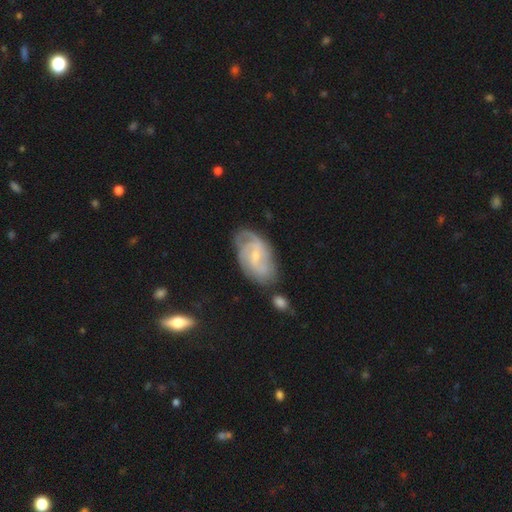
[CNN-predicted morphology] smooth-or-featured: featured or disk: 79% | smooth: 15% | star or artifact: 6%
  disk-edge-on: no: 96% | yes: 4%
    bar: weak: 52% | no: 35% | strong: 13%
    has-spiral-arms: yes: 92% | no: 8%
      spiral-winding: tight: 44% | medium: 40% | loose: 16%
      spiral-arm-count: 2: 34% | can't tell: 31% | 3: 20% | 4: 7% | 1: 4% | more than 4: 4%
    bulge-size: small: 69% | moderate: 26% | none: 3% | large: 1% | dominant: 1%
  merging: none: 64% | minor disturbance: 23% | major disturbance: 8% | merger: 5%